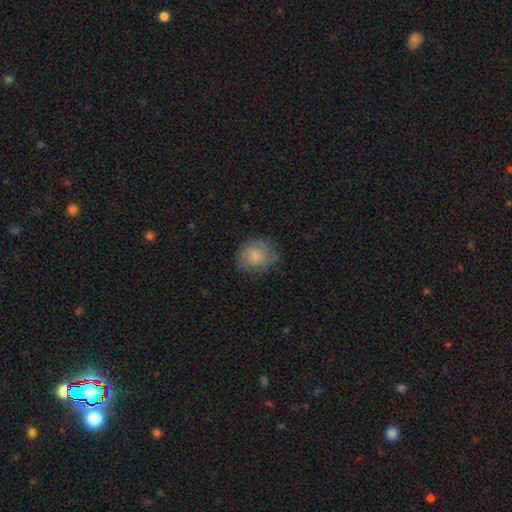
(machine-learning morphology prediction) smooth-or-featured: smooth: 77% | featured or disk: 15% | star or artifact: 8%
  how-rounded: round: 69% | in between: 30% | cigar-shaped: 1%
  merging: none: 70% | minor disturbance: 22% | major disturbance: 7% | merger: 1%